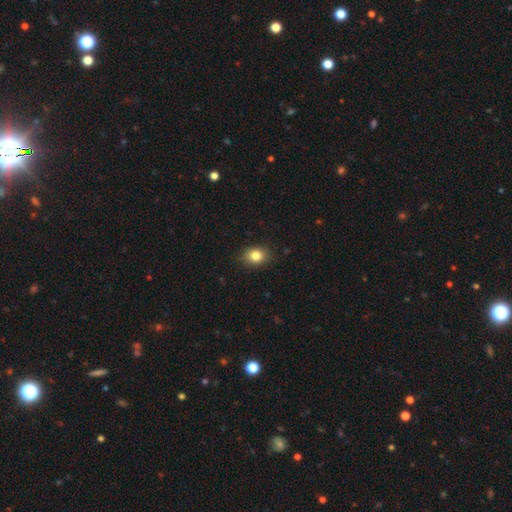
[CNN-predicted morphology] smooth-or-featured: smooth: 83% | star or artifact: 10% | featured or disk: 7%
  how-rounded: in between: 53% | round: 46% | cigar-shaped: 1%
  merging: none: 87% | minor disturbance: 10% | major disturbance: 2% | merger: 1%